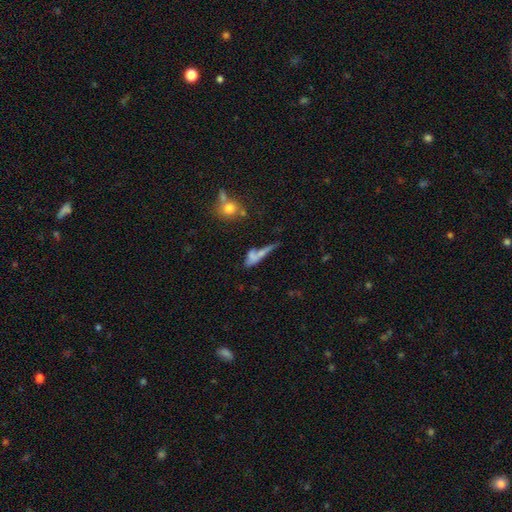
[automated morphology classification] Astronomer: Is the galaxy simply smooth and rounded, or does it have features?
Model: smooth — 56%.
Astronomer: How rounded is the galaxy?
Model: cigar-shaped — 59% (runner-up: in between, 34%).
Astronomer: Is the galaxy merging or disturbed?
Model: merger — 38% (runner-up: none, 29%).